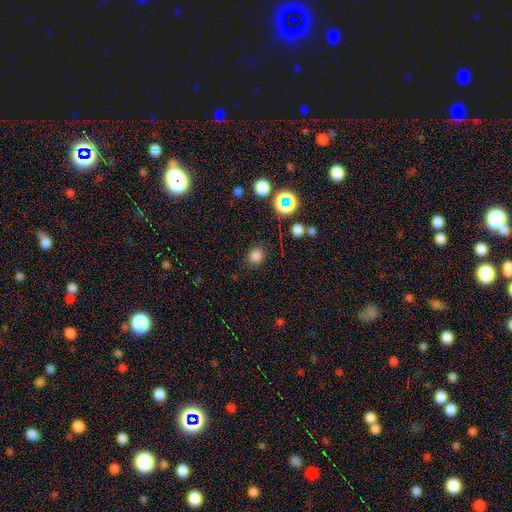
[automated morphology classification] smooth-or-featured: smooth: 78% | star or artifact: 17% | featured or disk: 5%
  how-rounded: round: 77% | in between: 22% | cigar-shaped: 1%
  merging: none: 85% | minor disturbance: 9% | major disturbance: 3% | merger: 2%